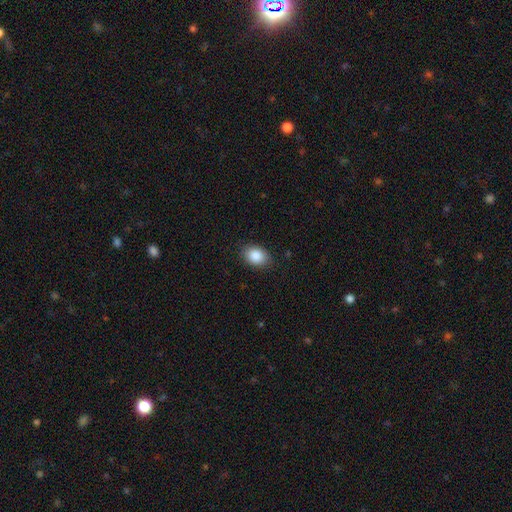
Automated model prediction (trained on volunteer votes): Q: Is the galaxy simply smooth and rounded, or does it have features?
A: smooth — 87%.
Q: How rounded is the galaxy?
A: in between — 75%.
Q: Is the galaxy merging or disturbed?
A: none — 86%.